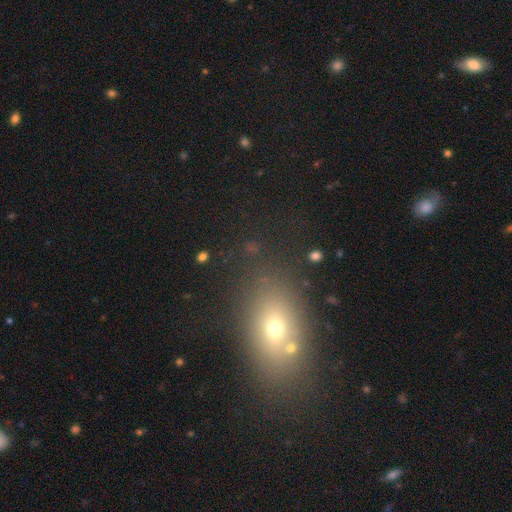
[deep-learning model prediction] A smooth galaxy with no disk features (57%) that is in between round and cigar-shaped (68%). Merging: none (69%).